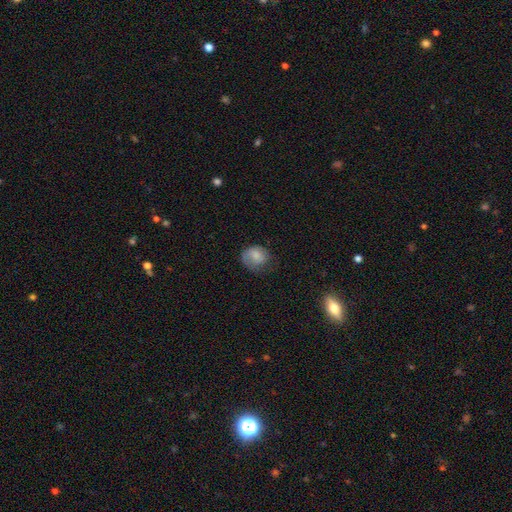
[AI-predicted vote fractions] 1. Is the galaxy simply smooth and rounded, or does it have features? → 71% smooth, 21% featured or disk, 8% star or artifact.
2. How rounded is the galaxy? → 63% round, 36% in between, 1% cigar-shaped.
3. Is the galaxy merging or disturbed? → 48% none, 30% minor disturbance, 21% major disturbance, 1% merger.